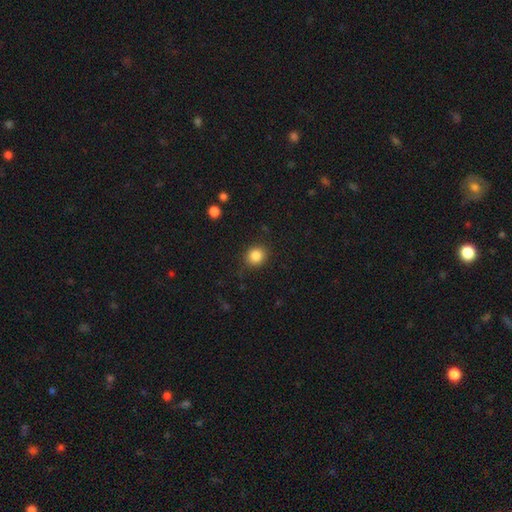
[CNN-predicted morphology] smooth 85%, star or artifact 10%, featured or disk 5%. Down the decision tree: how rounded — round (78%); merging — none (87%).